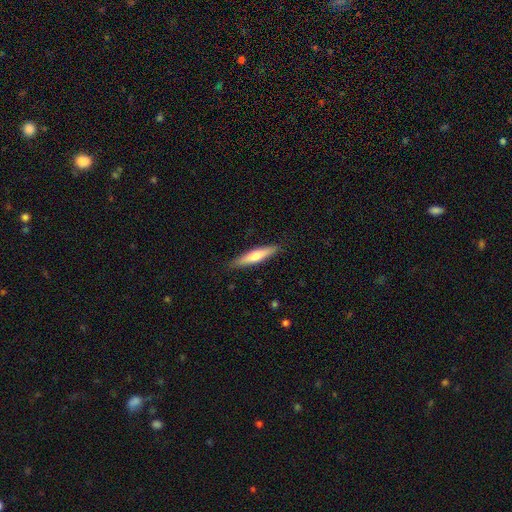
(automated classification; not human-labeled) This appears to be a smooth galaxy with no disk features (59%) that is cigar-shaped (85%). Merging: none (88%).